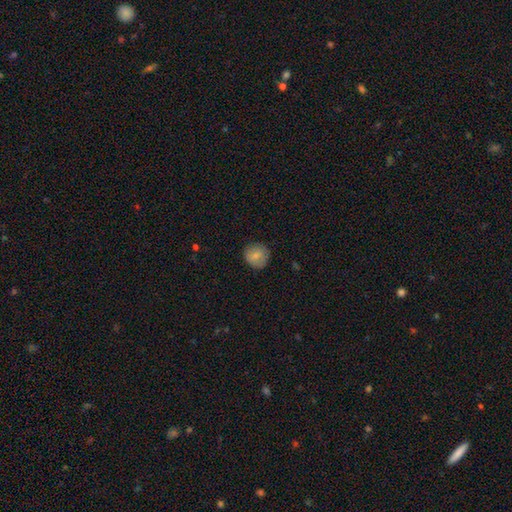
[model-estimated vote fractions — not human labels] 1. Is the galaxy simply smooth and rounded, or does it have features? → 80% smooth, 12% featured or disk, 8% star or artifact.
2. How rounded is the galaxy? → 91% round, 8% in between, 1% cigar-shaped.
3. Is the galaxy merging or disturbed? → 85% none, 12% minor disturbance, 3% major disturbance, 1% merger.